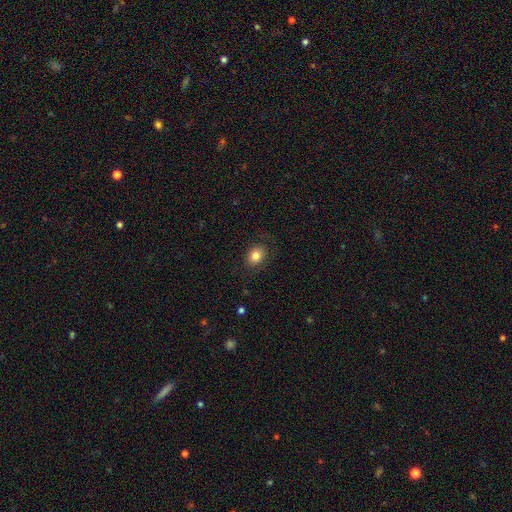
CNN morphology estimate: smooth_or_featured: smooth (p=0.82) [alt: star or artifact p=0.10]
how_rounded: round (p=0.52) [alt: in between p=0.47]
merging: none (p=0.83) [alt: minor disturbance p=0.12]